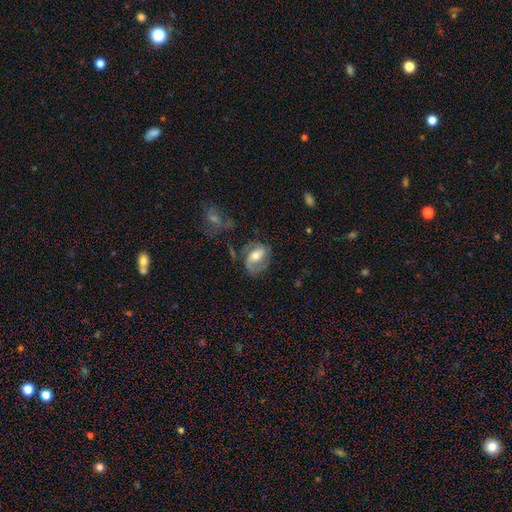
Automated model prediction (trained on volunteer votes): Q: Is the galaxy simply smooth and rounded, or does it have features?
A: featured or disk — 70%.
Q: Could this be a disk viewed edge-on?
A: no — 96%.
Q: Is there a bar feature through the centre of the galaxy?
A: weak — 39%.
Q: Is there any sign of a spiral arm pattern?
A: yes — 87%.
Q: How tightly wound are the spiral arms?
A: medium — 46%.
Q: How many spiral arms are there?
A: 2 — 75%.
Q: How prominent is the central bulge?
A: moderate — 67%.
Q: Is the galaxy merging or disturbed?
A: none — 60%.